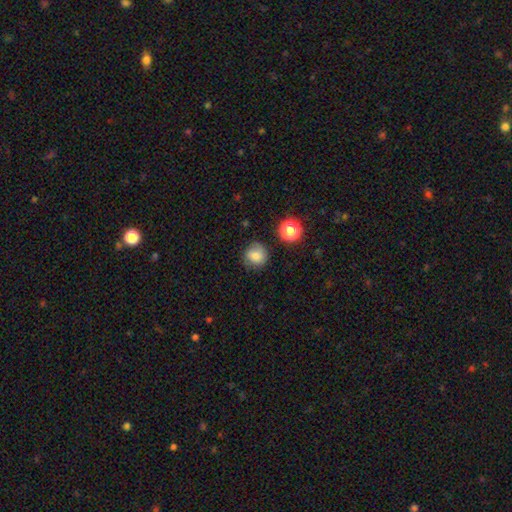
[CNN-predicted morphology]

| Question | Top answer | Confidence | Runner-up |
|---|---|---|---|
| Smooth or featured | smooth | 77% | featured or disk (12%) |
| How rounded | round | 87% | in between (12%) |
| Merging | none | 76% | minor disturbance (17%) |